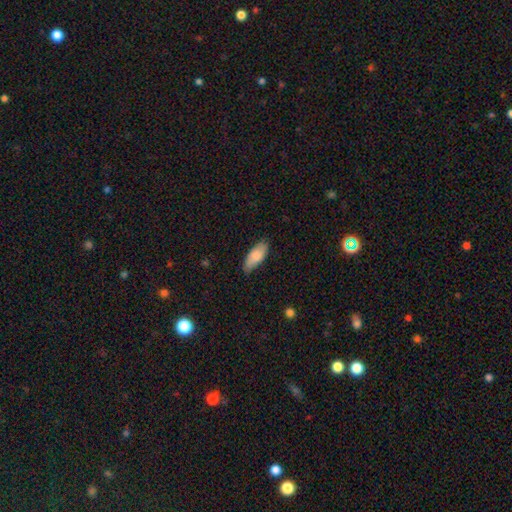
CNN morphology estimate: The model was most divided on "merging": none: 75%, minor disturbance: 21%, major disturbance: 3%, merger: 1%. More confident: smooth or featured — smooth (84%); how rounded — in between (82%).